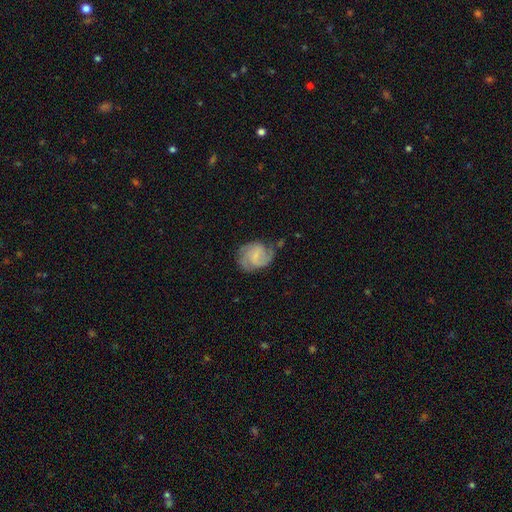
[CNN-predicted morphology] This appears to be a featured or disk galaxy (70%) with a weak bar (53%), 2 (54%) medium (47%) spiral arms (92%) and a small central bulge (55%). Merging: none (60%).